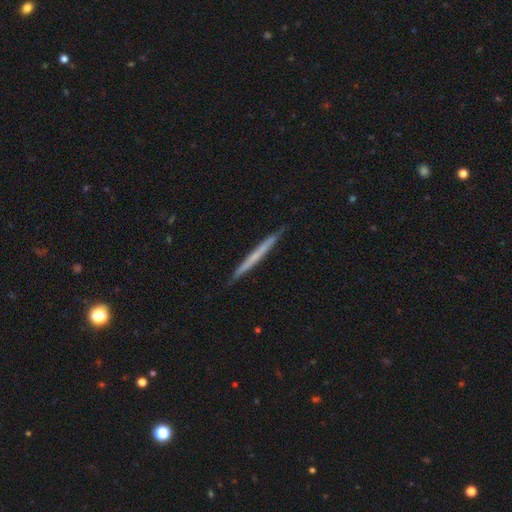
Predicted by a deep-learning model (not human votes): Smooth or featured?
  - featured or disk: 50% *
  - smooth: 45%
  - star or artifact: 5%
Merging?
  - none: 91% *
  - minor disturbance: 7%
  - major disturbance: 1%
  - merger: 1%